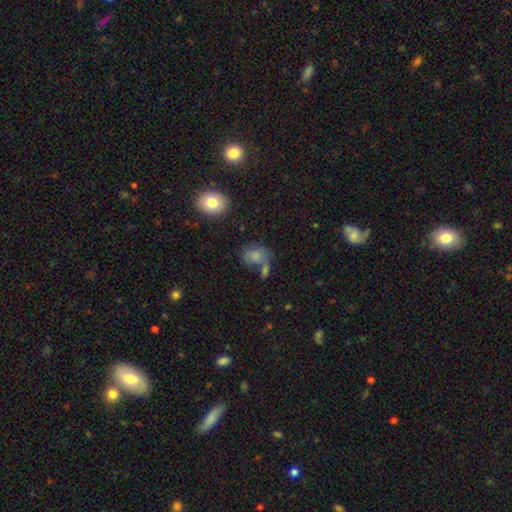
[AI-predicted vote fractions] smooth-or-featured: smooth: 76% | featured or disk: 13% | star or artifact: 11%
  how-rounded: in between: 62% | round: 36% | cigar-shaped: 2%
  merging: none: 40% | merger: 30% | minor disturbance: 19% | major disturbance: 12%